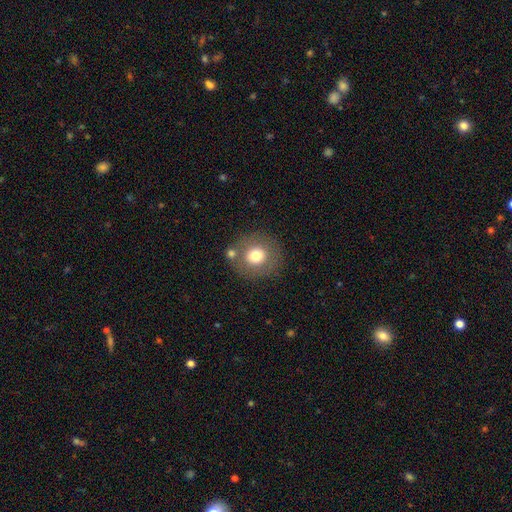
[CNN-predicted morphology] smooth 71%, featured or disk 18%, star or artifact 11%. Down the decision tree: how rounded — round (90%); merging — none (77%).